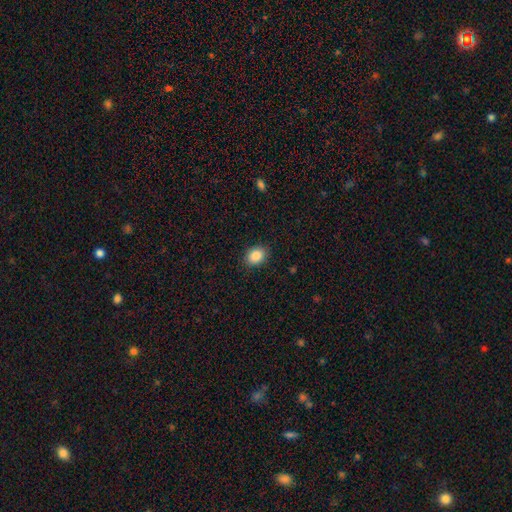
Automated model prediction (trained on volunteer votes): smooth-or-featured: smooth: 87% | star or artifact: 8% | featured or disk: 5%
  how-rounded: in between: 63% | round: 36% | cigar-shaped: 1%
  merging: none: 88% | minor disturbance: 9% | major disturbance: 2% | merger: 1%